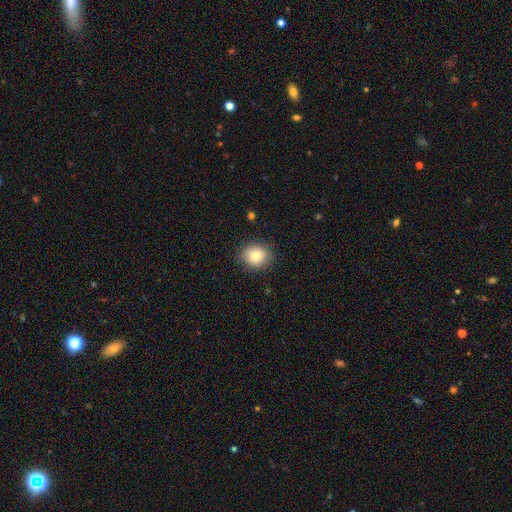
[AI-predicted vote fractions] A smooth galaxy with no disk features (81%) that is round (77%).

Vote fractions:
- Smooth or featured? smooth: 81% / star or artifact: 10% / featured or disk: 9%
- How rounded? round: 77% / in between: 22% / cigar-shaped: 1%
- Merging? none: 87% / minor disturbance: 9% / major disturbance: 3% / merger: 1%